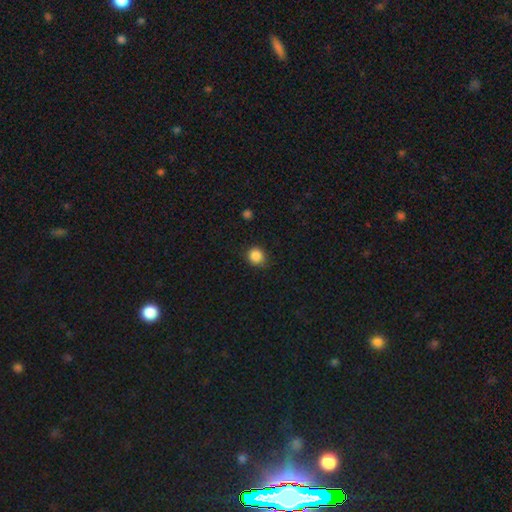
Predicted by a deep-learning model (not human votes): A smooth galaxy with no disk features (87%) that is round (88%).

Vote fractions:
- Smooth or featured? smooth: 87% / star or artifact: 10% / featured or disk: 3%
- How rounded? round: 88% / in between: 11% / cigar-shaped: 1%
- Merging? none: 86% / minor disturbance: 11% / major disturbance: 3% / merger: 1%